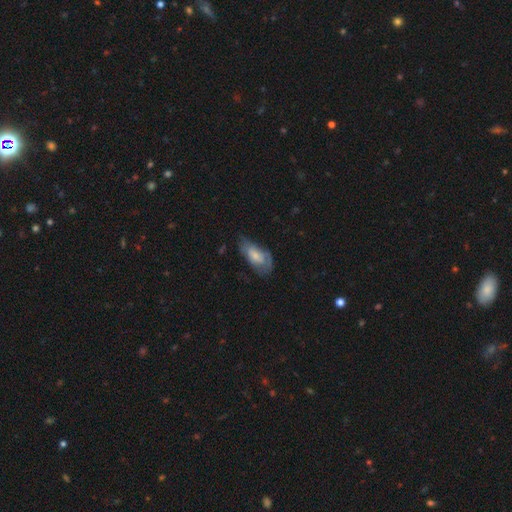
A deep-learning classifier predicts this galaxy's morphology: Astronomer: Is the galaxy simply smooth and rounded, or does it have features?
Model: smooth — 54% (runner-up: featured or disk, 39%).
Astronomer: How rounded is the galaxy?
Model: in between — 88%.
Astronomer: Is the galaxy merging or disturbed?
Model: none — 45% (runner-up: minor disturbance, 33%).